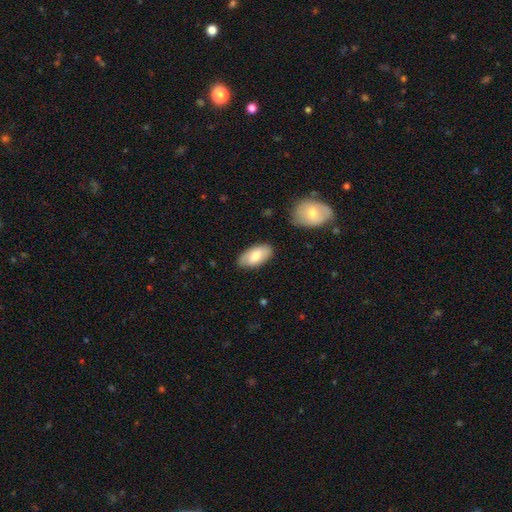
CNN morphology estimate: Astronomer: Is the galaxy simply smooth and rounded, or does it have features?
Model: smooth — 71%.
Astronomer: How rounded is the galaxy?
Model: in between — 93%.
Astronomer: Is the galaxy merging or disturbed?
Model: none — 82%.